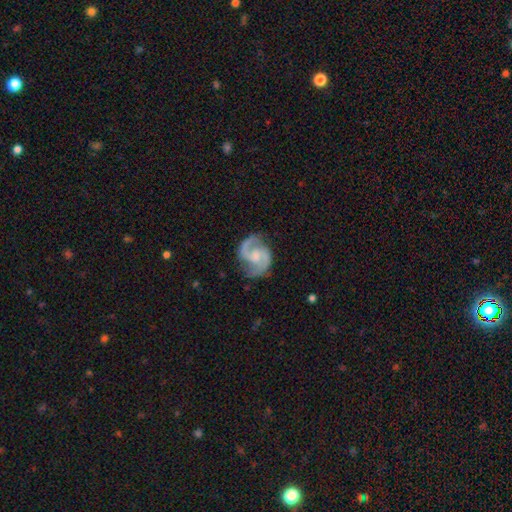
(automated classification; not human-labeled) Smooth or featured: featured or disk — 91% (smooth — 5%)
Edge-on disk: no — 98% (yes — 2%)
Bar: weak — 46% (no — 44%)
Spiral arms: yes — 98% (no — 2%)
Spiral winding: medium — 62% (tight — 21%)
Spiral arm count: 2 — 93% (can't tell — 2%)
Bulge size: moderate — 39% (small — 28%)
Merging: none — 78% (minor disturbance — 15%)